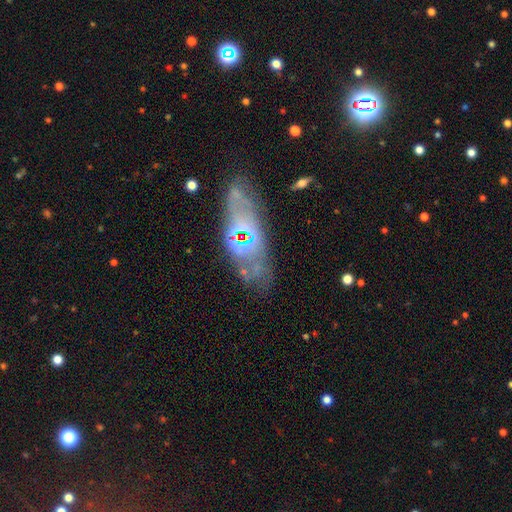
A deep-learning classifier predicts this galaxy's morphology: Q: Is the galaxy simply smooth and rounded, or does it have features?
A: featured or disk — 65%.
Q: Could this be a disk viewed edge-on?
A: no — 73%.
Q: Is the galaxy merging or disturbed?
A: none — 71%.